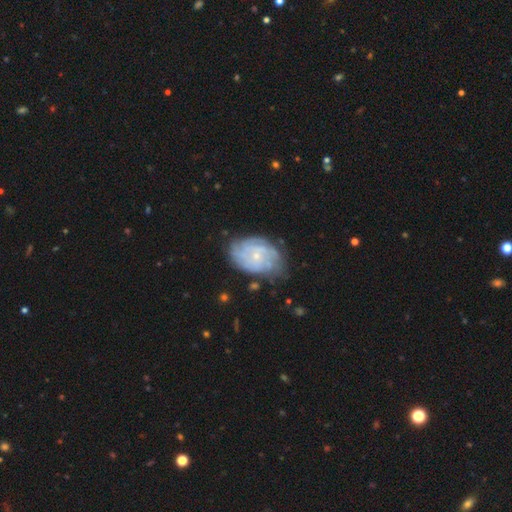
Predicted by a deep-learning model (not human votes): The model was most divided on "spiral arm count": can't tell: 49%, 4: 15%, 3: 12%, 2: 11%, more than 4: 8%, 1: 5%. More confident: edge-on disk — no (97%); spiral arms — yes (87%); bulge size — small (80%); bar — no (74%); smooth or featured — featured or disk (73%); merging — none (68%); spiral winding — tight (63%).